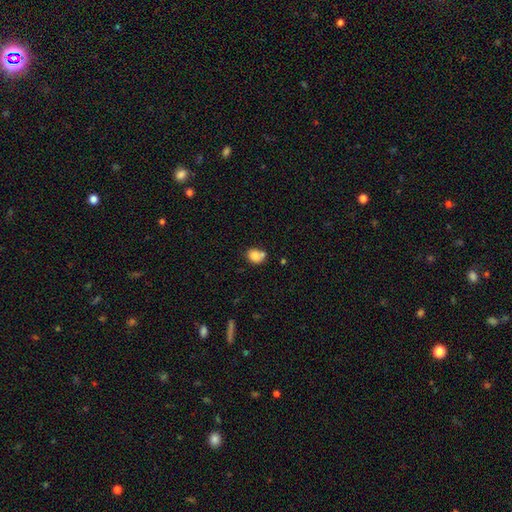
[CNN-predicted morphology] Smooth or featured?
  - smooth: 81% *
  - star or artifact: 10%
  - featured or disk: 9%
How rounded?
  - round: 54% *
  - in between: 45%
  - cigar-shaped: 1%
Merging?
  - none: 48% *
  - merger: 29%
  - minor disturbance: 18%
  - major disturbance: 6%